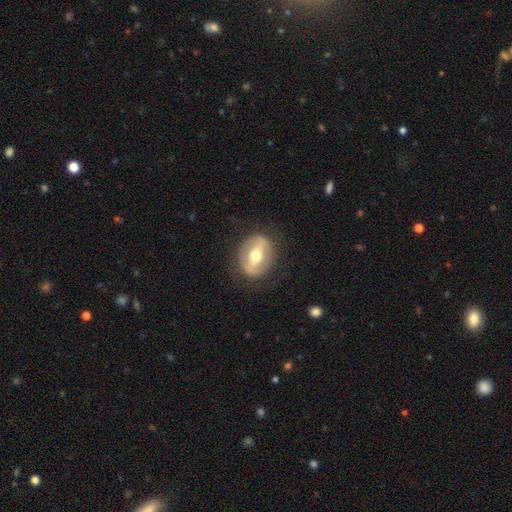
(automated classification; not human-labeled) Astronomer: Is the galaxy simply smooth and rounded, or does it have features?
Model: featured or disk — 63%.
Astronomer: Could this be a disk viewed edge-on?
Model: no — 89%.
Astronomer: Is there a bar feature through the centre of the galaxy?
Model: strong — 60%.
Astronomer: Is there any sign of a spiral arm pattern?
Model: no — 72%.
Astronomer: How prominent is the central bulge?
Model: moderate — 73%.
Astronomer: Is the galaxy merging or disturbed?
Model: none — 82%.